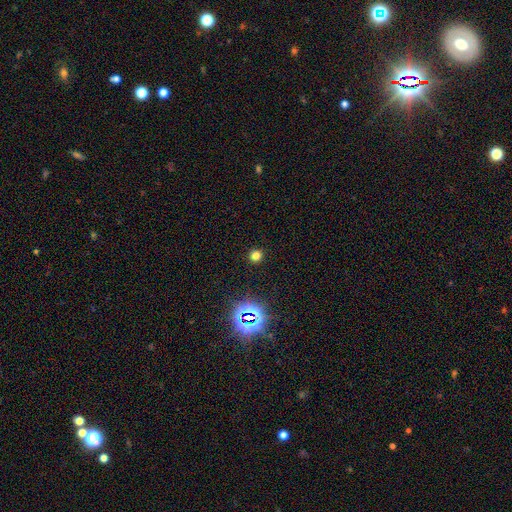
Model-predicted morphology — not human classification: Smooth or featured?
  - smooth: 71% *
  - star or artifact: 23%
  - featured or disk: 6%
How rounded?
  - round: 92% *
  - in between: 7%
  - cigar-shaped: 1%
Merging?
  - none: 91% *
  - minor disturbance: 6%
  - major disturbance: 2%
  - merger: 1%